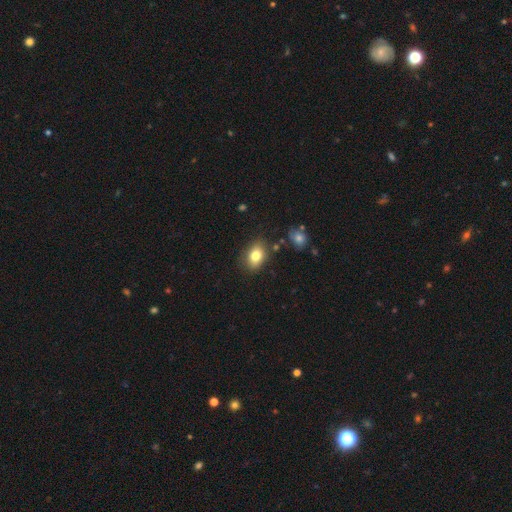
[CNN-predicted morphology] This appears to be a smooth galaxy with no disk features (80%) that is in between round and cigar-shaped (75%). Merging: none (80%).